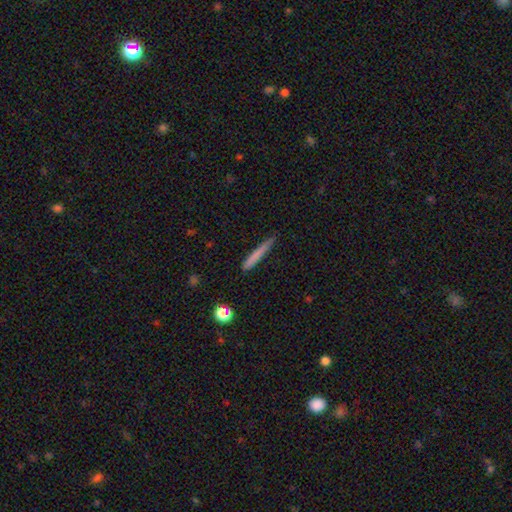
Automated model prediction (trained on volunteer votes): smooth_or_featured: smooth (p=0.73) [alt: featured or disk p=0.20]
how_rounded: cigar-shaped (p=0.96) [alt: in between p=0.03]
merging: none (p=0.81) [alt: minor disturbance p=0.15]